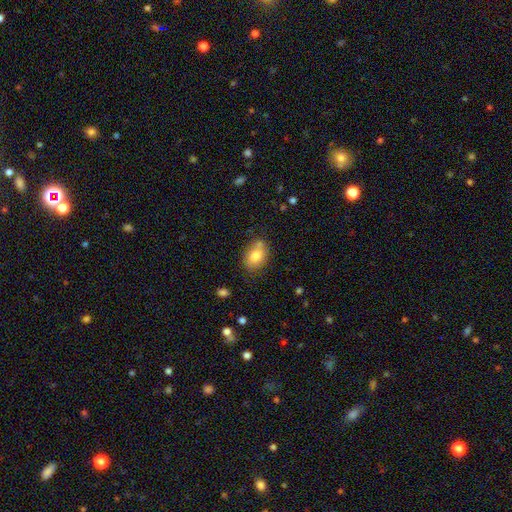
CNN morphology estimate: smooth 79%, featured or disk 13%, star or artifact 9%. Down the decision tree: how rounded — in between (77%); merging — none (65%).